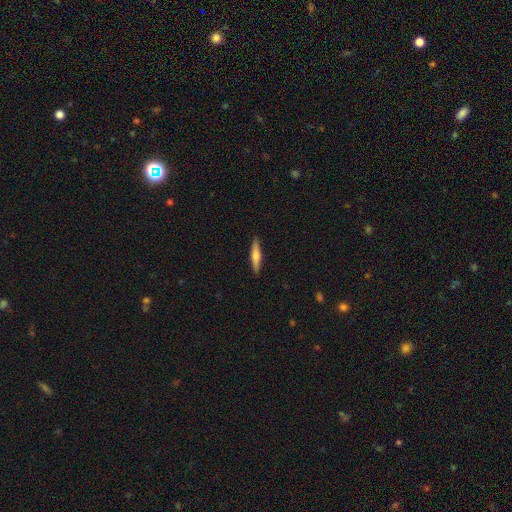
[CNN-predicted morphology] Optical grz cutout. It shows a smooth galaxy with no disk features (54%) that is cigar-shaped (86%). Merging: none (91%).